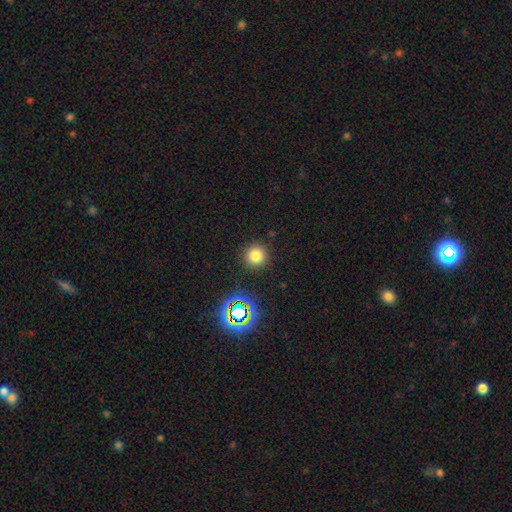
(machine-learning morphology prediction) Smooth or featured: smooth — 76% (star or artifact — 18%)
How rounded: round — 95% (in between — 4%)
Merging: none — 90% (minor disturbance — 6%)